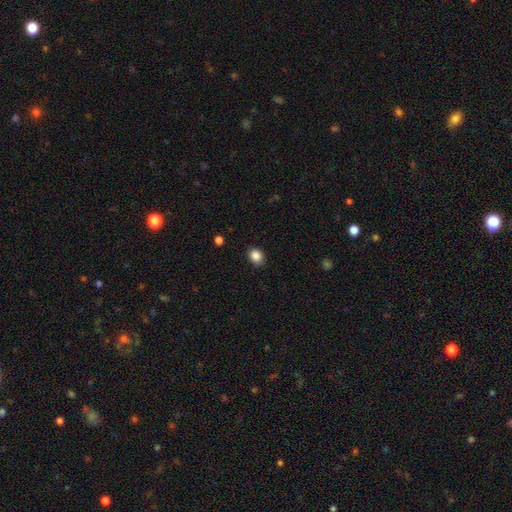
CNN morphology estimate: This is clearly a smooth galaxy (86%). How rounded: likely round (61%). Merging: clearly none (88%).